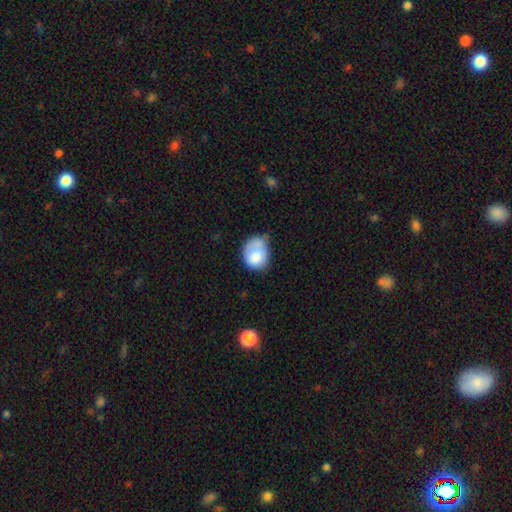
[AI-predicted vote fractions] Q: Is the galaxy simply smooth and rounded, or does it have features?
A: smooth — 74%.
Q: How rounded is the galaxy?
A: round — 54%.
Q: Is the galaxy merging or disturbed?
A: minor disturbance — 33%.